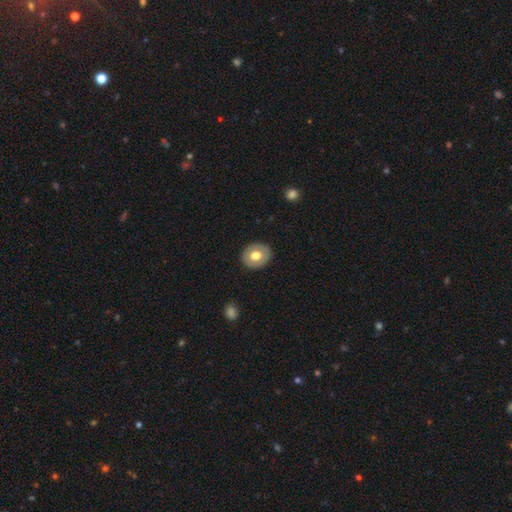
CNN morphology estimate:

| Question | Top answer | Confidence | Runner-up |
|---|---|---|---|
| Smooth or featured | smooth | 62% | featured or disk (31%) |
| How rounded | round | 63% | in between (36%) |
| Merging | none | 88% | minor disturbance (9%) |